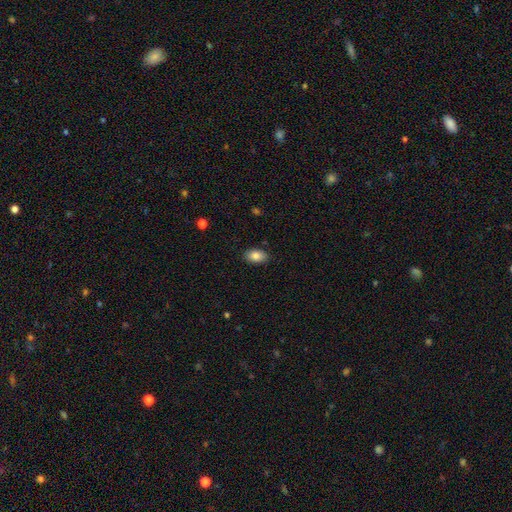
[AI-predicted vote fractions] Smooth or featured? smooth (84%)
How rounded? in between (90%)
Merging? none (87%)